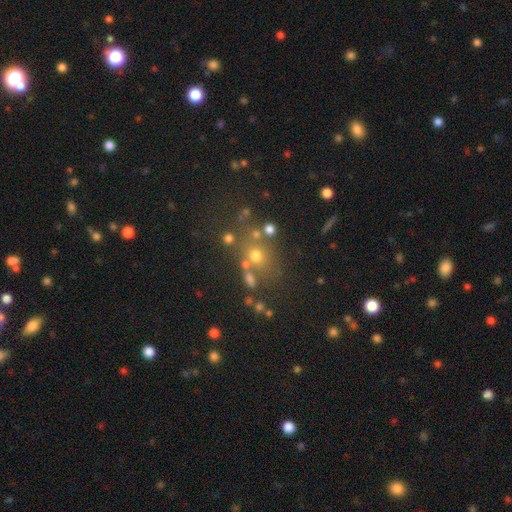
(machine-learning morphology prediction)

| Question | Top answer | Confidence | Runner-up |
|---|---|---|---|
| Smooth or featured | smooth | 57% | star or artifact (25%) |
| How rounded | round | 70% | in between (28%) |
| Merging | none | 60% | merger (21%) |